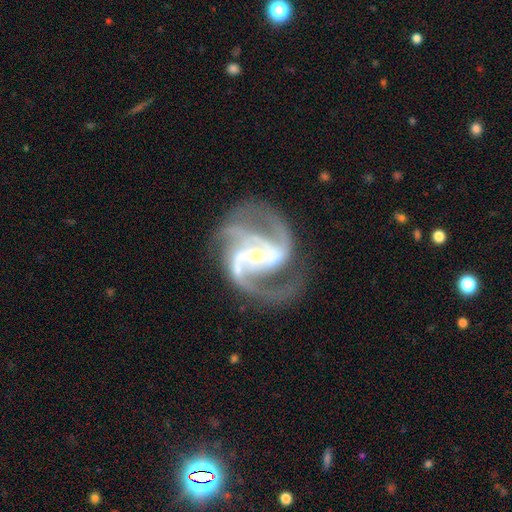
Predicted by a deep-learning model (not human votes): A featured or disk galaxy (92%) with no bar (35%), 3 (54%) medium (61%) spiral arms (98%) and a small central bulge (69%). Merging: none (63%).